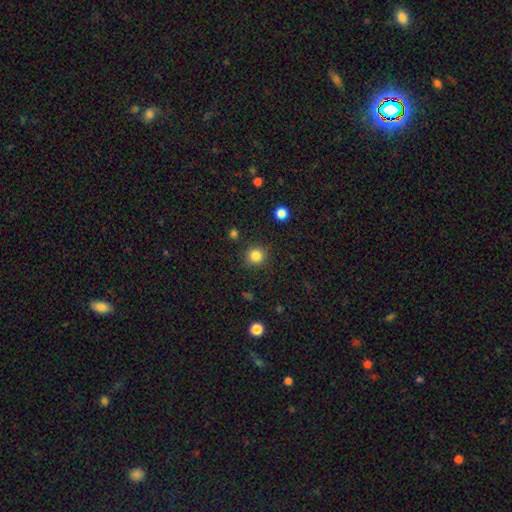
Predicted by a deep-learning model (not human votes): smooth-or-featured: smooth: 83% | star or artifact: 12% | featured or disk: 4%
  how-rounded: round: 93% | in between: 6% | cigar-shaped: 1%
  merging: none: 89% | minor disturbance: 7% | major disturbance: 3% | merger: 2%